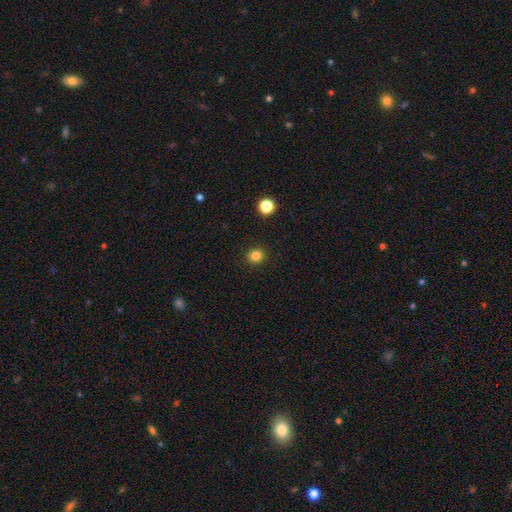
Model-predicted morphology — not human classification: The model was most divided on "how rounded": round: 84%, in between: 15%, cigar-shaped: 1%. More confident: merging — none (91%); smooth or featured — smooth (83%).